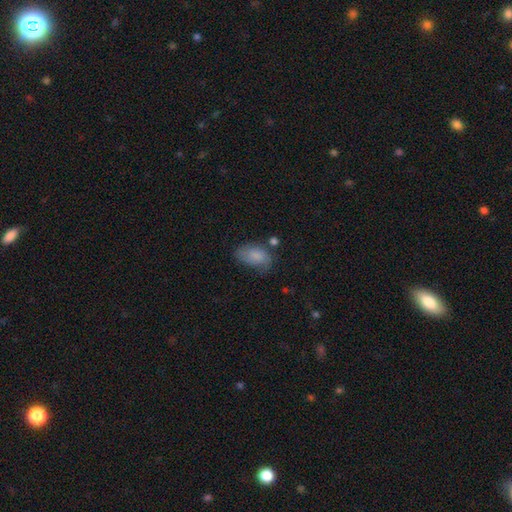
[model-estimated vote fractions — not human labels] Morphology: type=smooth (81%); roundness=in between (90%); merging=none (52%).